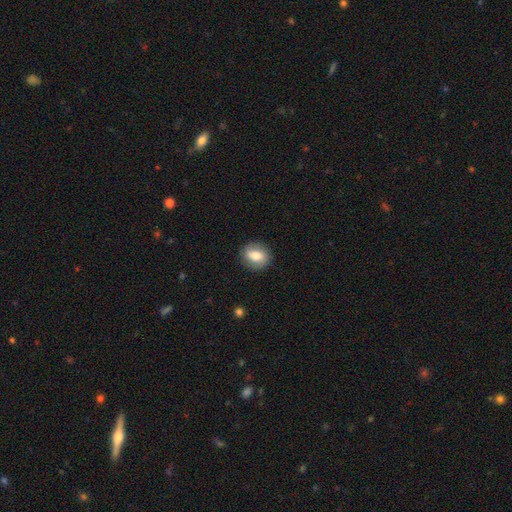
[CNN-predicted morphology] Smooth or featured: smooth — 70% (featured or disk — 22%)
How rounded: round — 55% (in between — 43%)
Merging: none — 86% (minor disturbance — 9%)